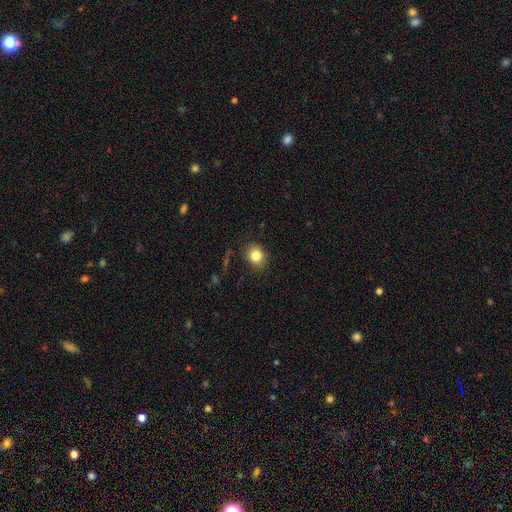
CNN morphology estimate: smooth 83%, star or artifact 11%, featured or disk 7%. Down the decision tree: how rounded — round (62%); merging — none (83%).